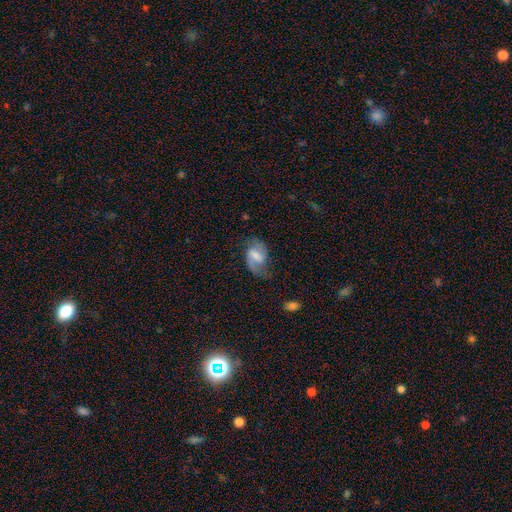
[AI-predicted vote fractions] Q: Smooth or featured?
A: featured or disk (76%); runner-up: smooth (18%)
Q: Edge-on disk?
A: no (97%); runner-up: yes (3%)
Q: Bar?
A: weak (53%); runner-up: strong (29%)
Q: Spiral arms?
A: yes (93%); runner-up: no (7%)
Q: Spiral winding?
A: medium (48%); runner-up: loose (38%)
Q: Spiral arm count?
A: 2 (85%); runner-up: 1 (7%)
Q: Bulge size?
A: moderate (36%); runner-up: small (28%)
Q: Merging?
A: none (65%); runner-up: minor disturbance (21%)